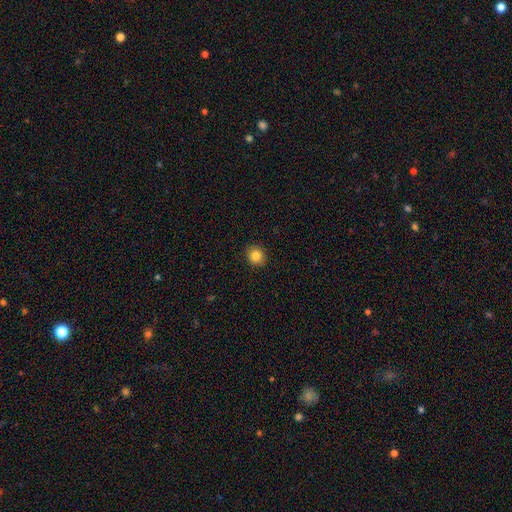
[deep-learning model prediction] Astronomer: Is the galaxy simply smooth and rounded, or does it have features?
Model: smooth — 84%.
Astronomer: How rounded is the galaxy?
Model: round — 83%.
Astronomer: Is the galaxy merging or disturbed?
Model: none — 91%.